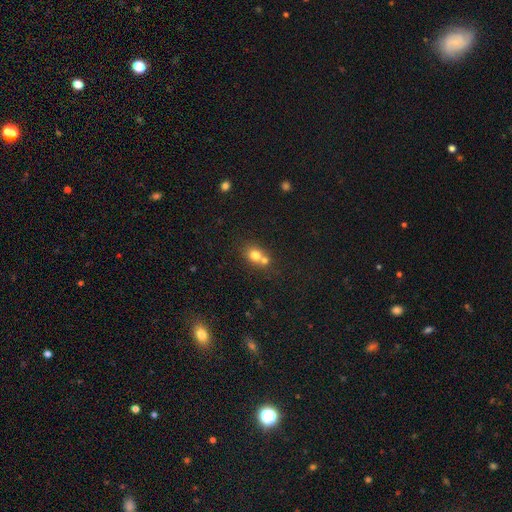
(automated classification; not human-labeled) Morphology: type=smooth (74%); roundness=round (66%); merging=merger (53%).